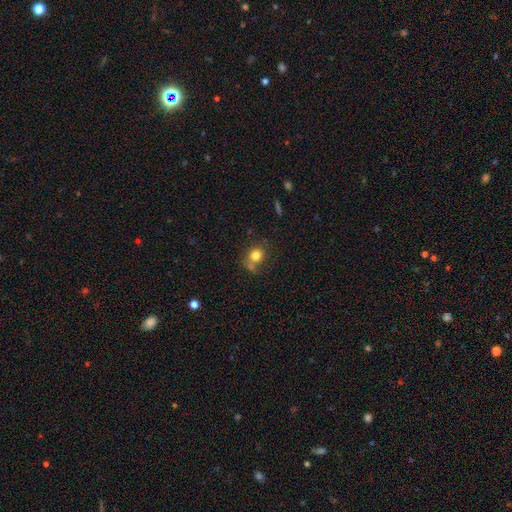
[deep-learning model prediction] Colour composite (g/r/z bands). It shows a smooth galaxy with no disk features (80%) that is round (77%). Merging: none (59%).